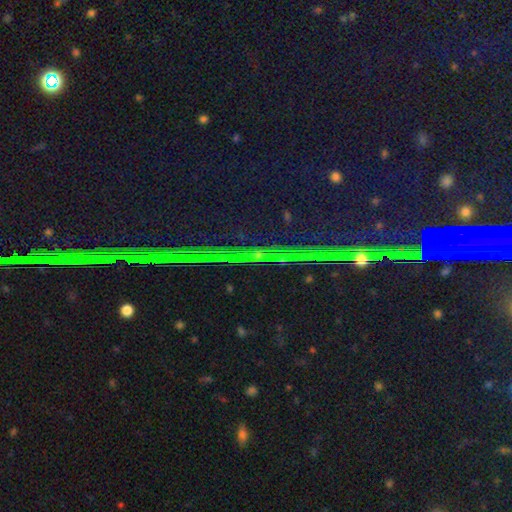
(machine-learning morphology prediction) type=star or artifact (79%).